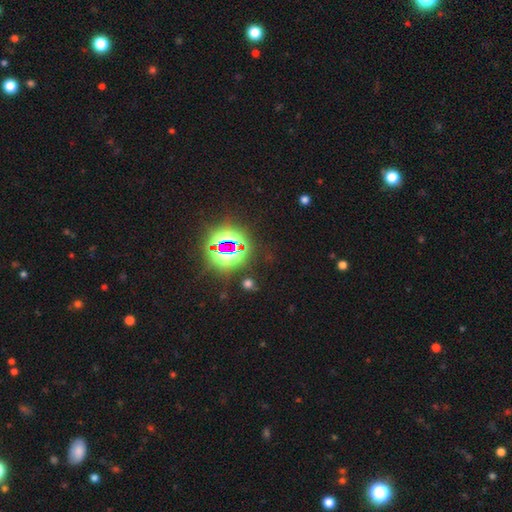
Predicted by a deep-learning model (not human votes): Smooth or featured?
  - star or artifact: 83% *
  - smooth: 11%
  - featured or disk: 7%